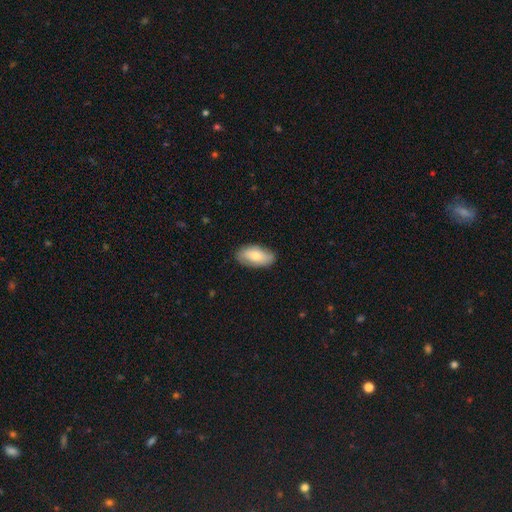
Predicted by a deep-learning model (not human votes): The model was most divided on "smooth or featured": smooth: 71%, featured or disk: 23%, star or artifact: 6%. More confident: how rounded — in between (93%); merging — none (81%).